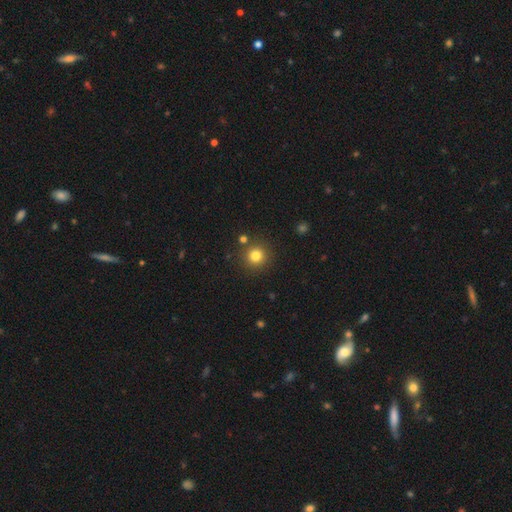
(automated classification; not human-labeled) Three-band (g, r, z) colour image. It shows a smooth galaxy with no disk features (81%) that is round (94%). Merging: none (86%).